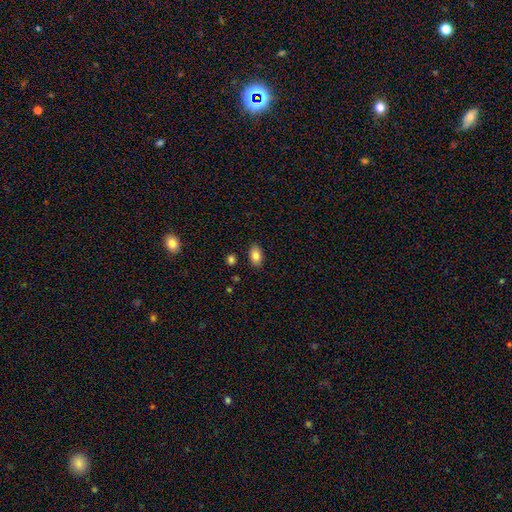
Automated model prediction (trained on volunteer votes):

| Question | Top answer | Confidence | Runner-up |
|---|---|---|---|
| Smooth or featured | smooth | 83% | featured or disk (9%) |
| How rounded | in between | 90% | round (8%) |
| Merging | none | 87% | minor disturbance (9%) |